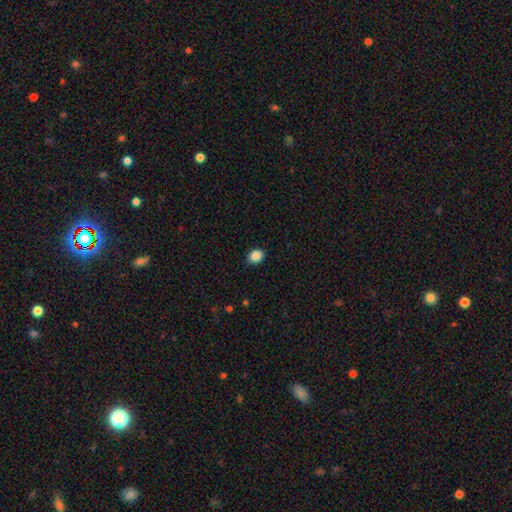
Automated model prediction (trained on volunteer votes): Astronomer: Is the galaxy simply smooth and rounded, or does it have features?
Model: smooth — 88%.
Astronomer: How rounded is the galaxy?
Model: in between — 53% (runner-up: round, 46%).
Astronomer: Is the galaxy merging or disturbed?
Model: none — 87%.